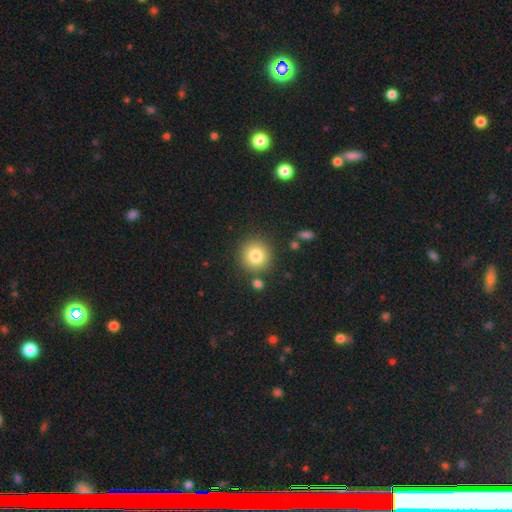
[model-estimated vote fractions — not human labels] This appears to be a smooth galaxy with no disk features (81%) that is round (93%). Merging: none (84%).